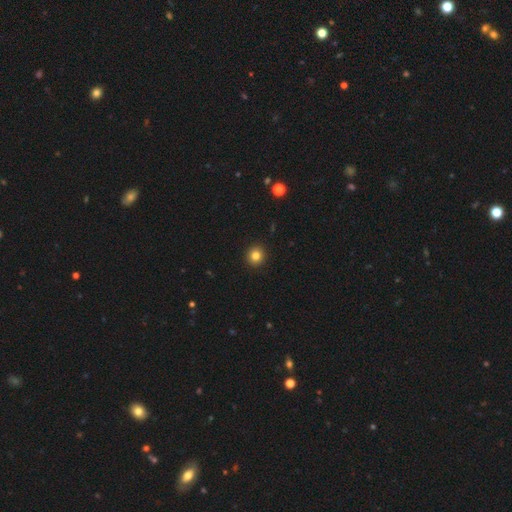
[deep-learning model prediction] Smooth or featured? smooth (82%)
How rounded? round (91%)
Merging? none (93%)